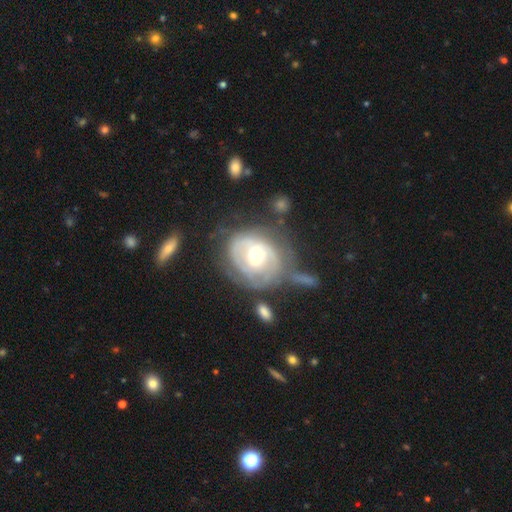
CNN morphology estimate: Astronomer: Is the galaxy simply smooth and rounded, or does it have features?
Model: featured or disk — 71%.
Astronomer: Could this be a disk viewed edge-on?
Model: no — 96%.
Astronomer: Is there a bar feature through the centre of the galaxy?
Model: no — 49% (runner-up: weak, 37%).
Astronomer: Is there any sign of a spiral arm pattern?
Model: yes — 68%.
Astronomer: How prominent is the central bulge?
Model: moderate — 72%.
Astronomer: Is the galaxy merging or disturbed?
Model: none — 43% (runner-up: major disturbance, 24%).